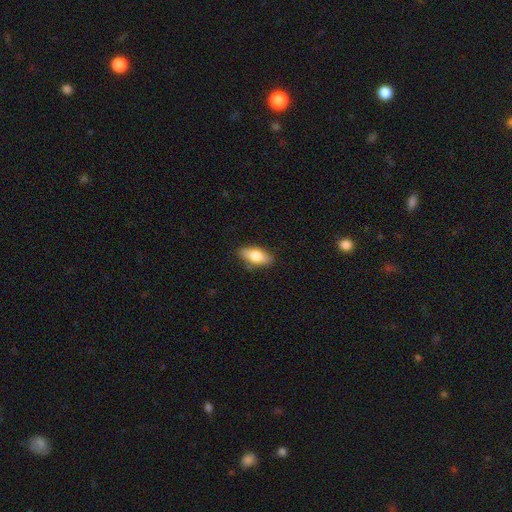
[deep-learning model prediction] Smooth or featured? Predicted: smooth (p=0.74). How rounded? Predicted: in between (p=0.83). Merging? Predicted: none (p=0.82).